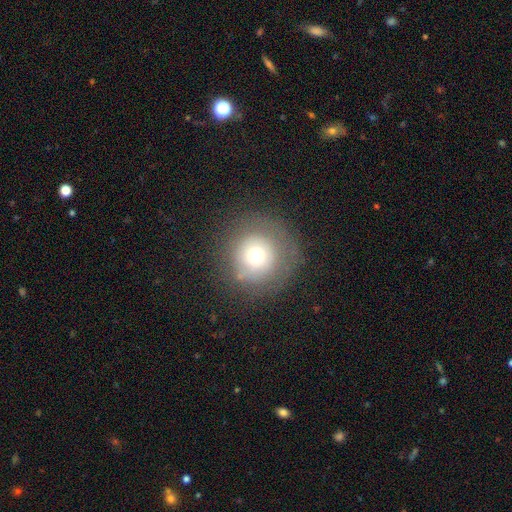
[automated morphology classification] smooth 67%, featured or disk 20%, star or artifact 13%. Down the decision tree: how rounded — round (95%); merging — none (76%).